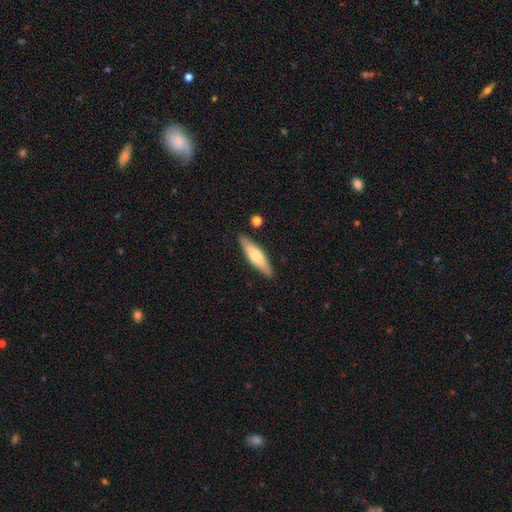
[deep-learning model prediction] Smooth or featured? Predicted: smooth (p=0.57). How rounded? Predicted: cigar-shaped (p=0.65). Merging? Predicted: none (p=0.86).